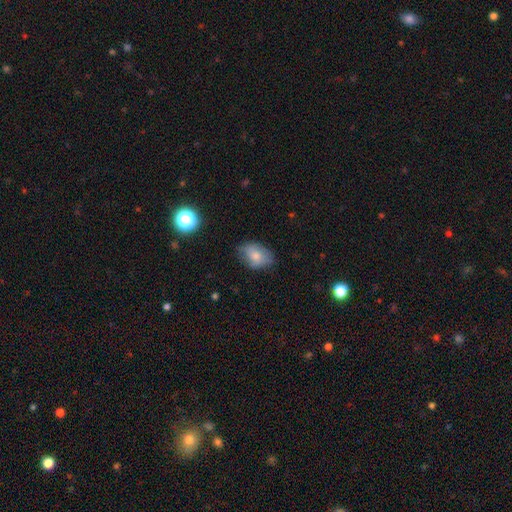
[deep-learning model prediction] A smooth galaxy with no disk features (75%) that is in between round and cigar-shaped (82%).

Vote fractions:
- Smooth or featured? smooth: 75% / featured or disk: 17% / star or artifact: 8%
- How rounded? in between: 82% / round: 16% / cigar-shaped: 1%
- Merging? none: 67% / minor disturbance: 26% / major disturbance: 6% / merger: 1%